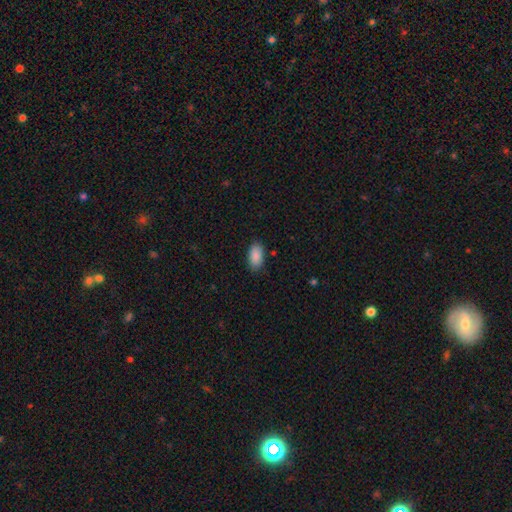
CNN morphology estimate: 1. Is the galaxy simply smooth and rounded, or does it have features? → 90% smooth, 7% star or artifact, 4% featured or disk.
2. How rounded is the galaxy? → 94% in between, 3% round, 3% cigar-shaped.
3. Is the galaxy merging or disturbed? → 86% none, 11% minor disturbance, 2% major disturbance, 1% merger.